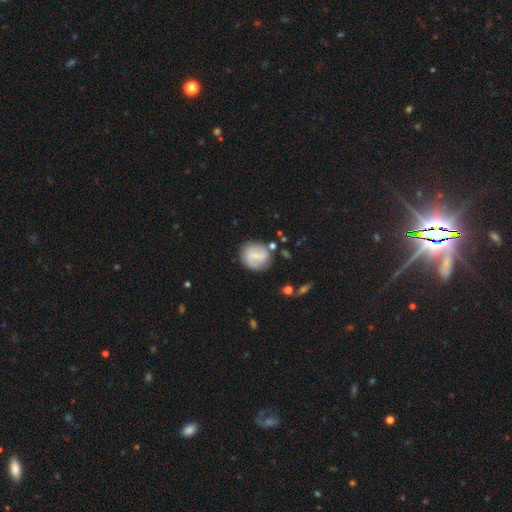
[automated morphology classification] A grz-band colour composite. It shows a featured or disk galaxy (57%) with a weak bar (51%), spiral arms (82%) and a small central bulge (55%). Merging: none (74%).